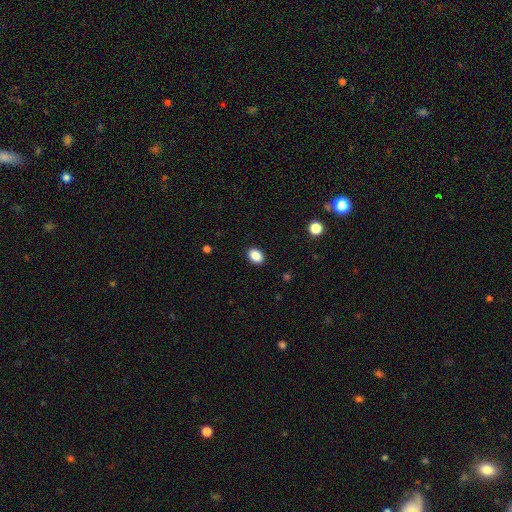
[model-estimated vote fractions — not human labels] Smooth or featured: smooth — 89% (star or artifact — 9%)
How rounded: in between — 78% (round — 21%)
Merging: none — 89% (minor disturbance — 8%)